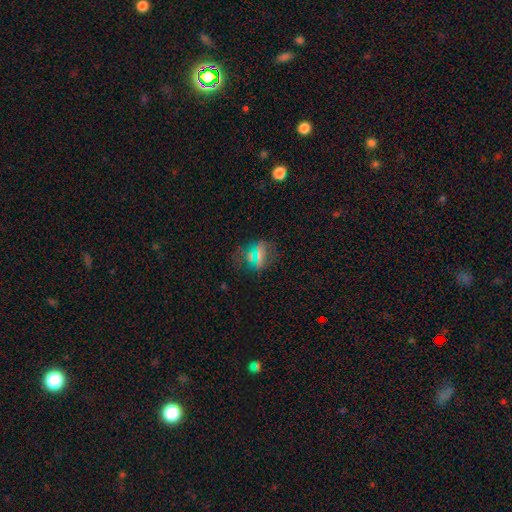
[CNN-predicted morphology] This appears to be a smooth galaxy with no disk features (45%). Merging: none (71%).